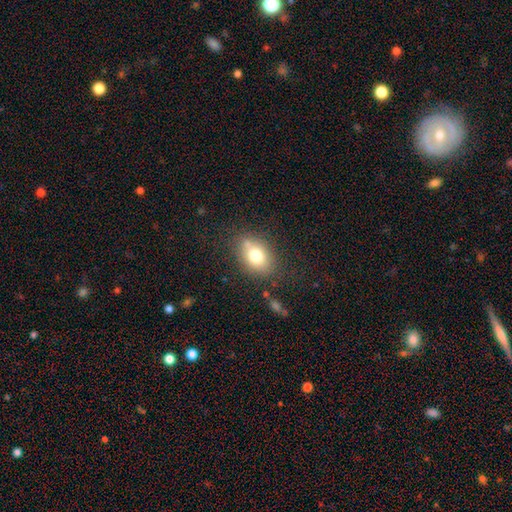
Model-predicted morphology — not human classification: A smooth galaxy with no disk features (75%) that is in between round and cigar-shaped (68%). Merging: none (72%).